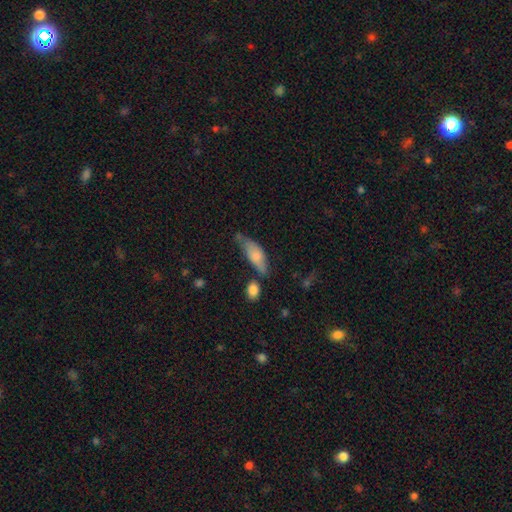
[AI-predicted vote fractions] smooth 70%, featured or disk 23%, star or artifact 7%. Down the decision tree: how rounded — in between (66%); merging — none (43%).